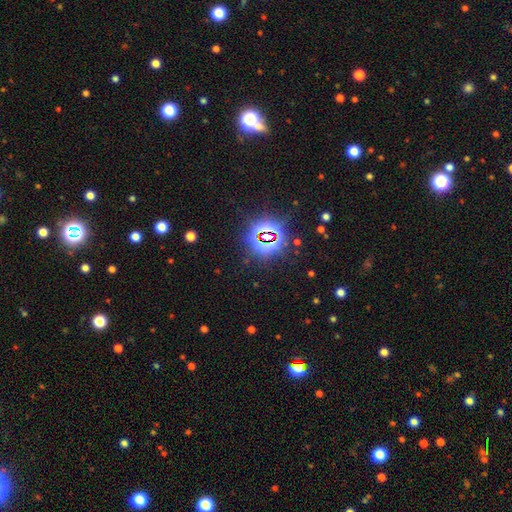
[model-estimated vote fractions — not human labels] A star or artifact, not a galaxy (80%).